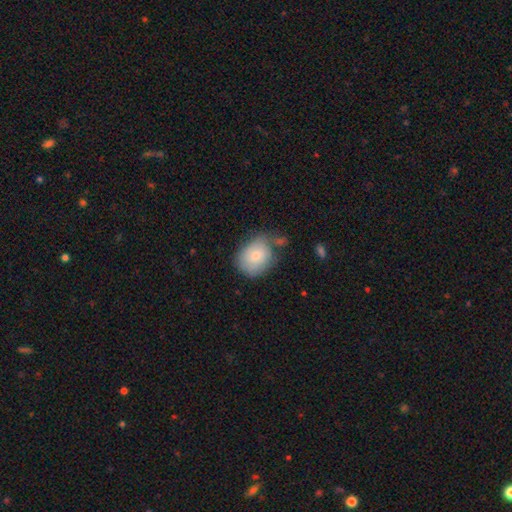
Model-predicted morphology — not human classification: Overall: smooth (74%). How rounded: round (50%; in between 49%). Merging: none (52%; minor disturbance 29%).